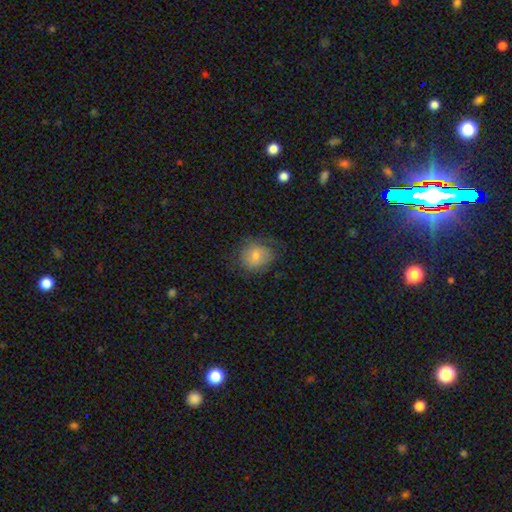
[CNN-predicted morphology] smooth-or-featured: smooth: 74% | featured or disk: 17% | star or artifact: 9%
  how-rounded: round: 73% | in between: 26% | cigar-shaped: 1%
  merging: none: 67% | minor disturbance: 22% | major disturbance: 10% | merger: 1%